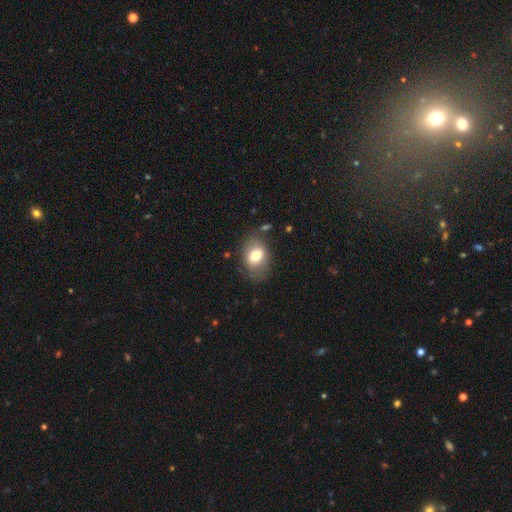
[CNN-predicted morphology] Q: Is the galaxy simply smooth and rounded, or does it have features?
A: smooth — 71%.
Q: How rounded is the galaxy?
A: in between — 73%.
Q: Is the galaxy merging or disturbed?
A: none — 73%.